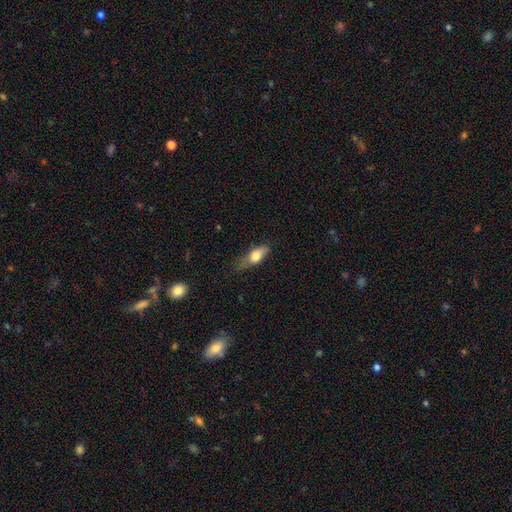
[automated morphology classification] The model was most divided on "merging": none: 51%, minor disturbance: 35%, major disturbance: 12%, merger: 2%. More confident: how rounded — in between (71%); smooth or featured — smooth (70%).